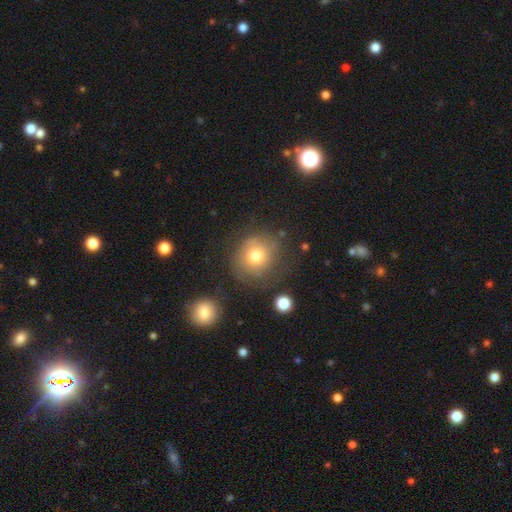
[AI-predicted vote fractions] Smooth or featured: smooth — 66% (featured or disk — 23%)
How rounded: round — 82% (in between — 17%)
Merging: none — 66% (minor disturbance — 19%)